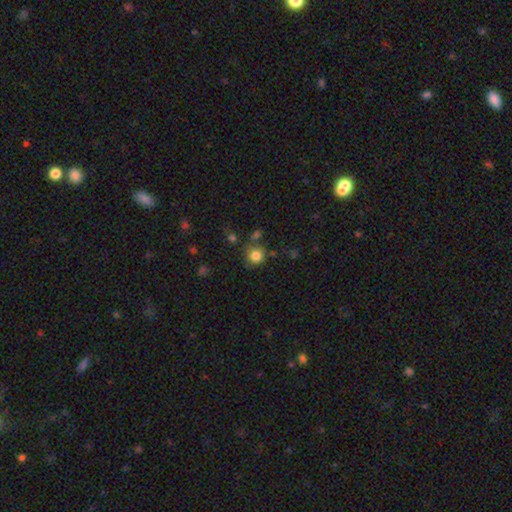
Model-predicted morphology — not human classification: Overall: smooth (83%). How rounded: round (90%). Merging: none (72%).